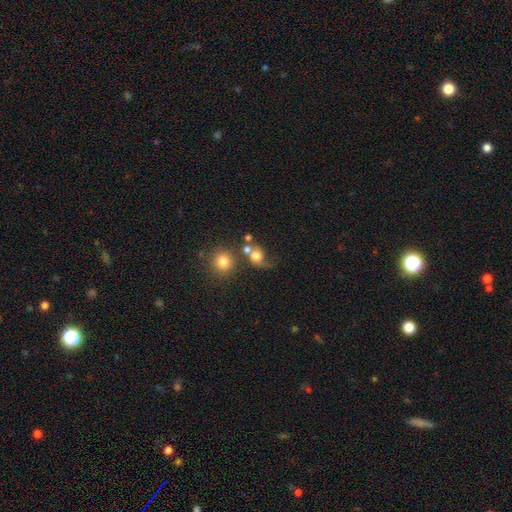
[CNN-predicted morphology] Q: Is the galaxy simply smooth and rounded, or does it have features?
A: smooth — 65%.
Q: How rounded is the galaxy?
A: round — 72%.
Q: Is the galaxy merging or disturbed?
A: none — 33%.